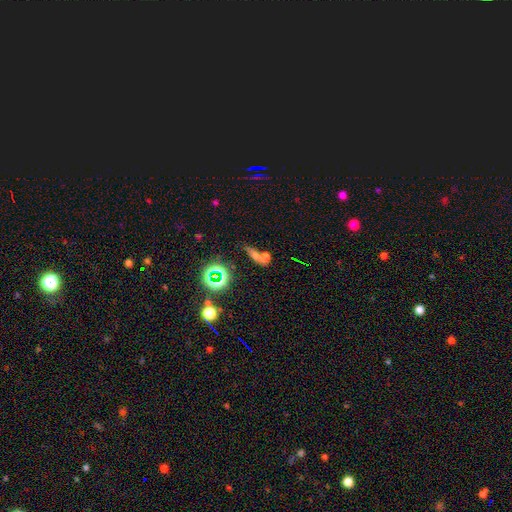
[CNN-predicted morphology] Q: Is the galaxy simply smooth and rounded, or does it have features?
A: smooth — 53%.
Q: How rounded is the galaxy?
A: in between — 41%.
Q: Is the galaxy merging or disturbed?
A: merger — 41%, tied with none.